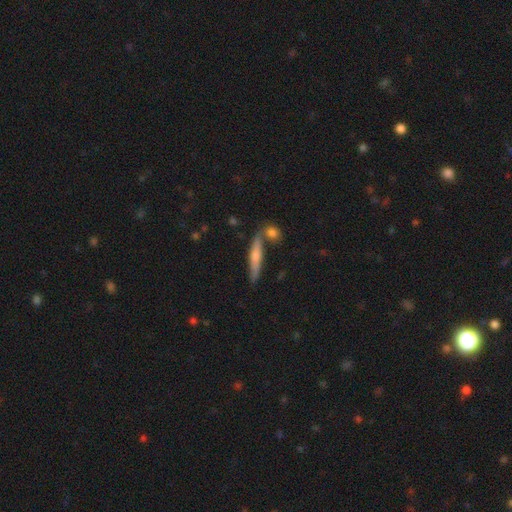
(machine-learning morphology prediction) Smooth or featured? smooth (54%)
How rounded? cigar-shaped (87%)
Merging? none (69%)